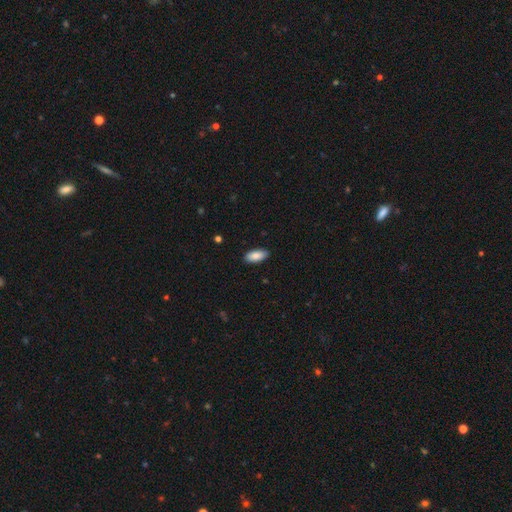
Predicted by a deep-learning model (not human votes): A smooth galaxy with no disk features (88%) that is in between round and cigar-shaped (89%).

Vote fractions:
- Smooth or featured? smooth: 88% / featured or disk: 6% / star or artifact: 6%
- How rounded? in between: 89% / cigar-shaped: 9% / round: 2%
- Merging? none: 88% / minor disturbance: 9% / major disturbance: 2% / merger: 1%